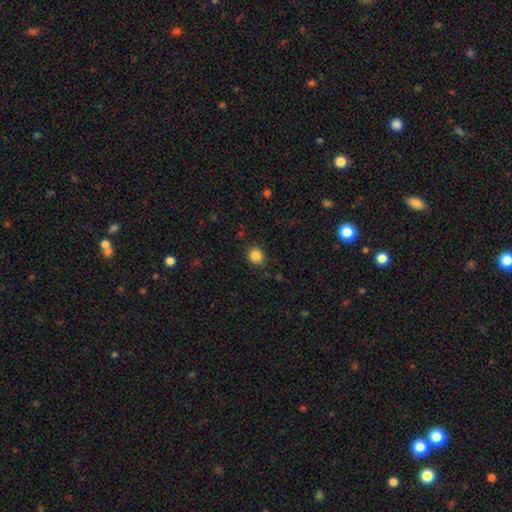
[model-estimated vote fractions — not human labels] Overall: smooth (85%). How rounded: round (79%). Merging: none (87%).